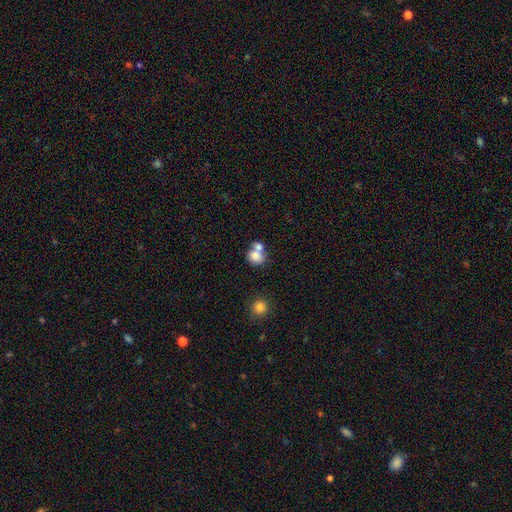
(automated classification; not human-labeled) Overall: smooth (78%). How rounded: round (64%; in between 35%). Merging: merger (55%; none 32%).